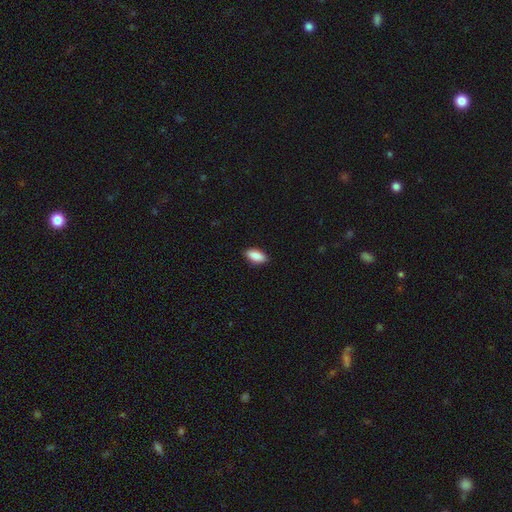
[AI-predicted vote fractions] Q: Smooth or featured?
A: smooth (89%); runner-up: star or artifact (6%)
Q: How rounded?
A: in between (89%); runner-up: cigar-shaped (8%)
Q: Merging?
A: none (88%); runner-up: minor disturbance (9%)